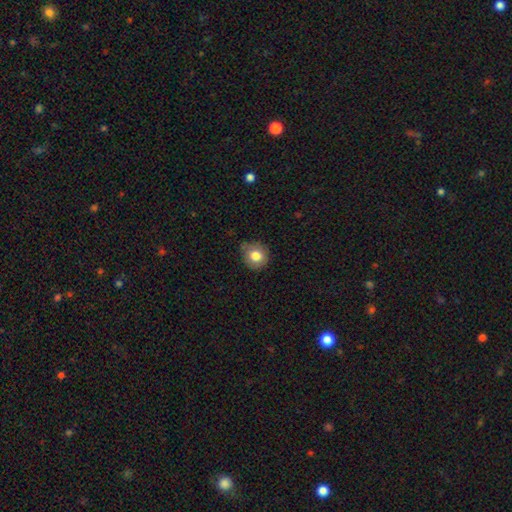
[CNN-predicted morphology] A smooth galaxy with no disk features (80%) that is round (83%).

Vote fractions:
- Smooth or featured? smooth: 80% / featured or disk: 11% / star or artifact: 9%
- How rounded? round: 83% / in between: 16% / cigar-shaped: 1%
- Merging? none: 75% / minor disturbance: 20% / major disturbance: 4% / merger: 2%